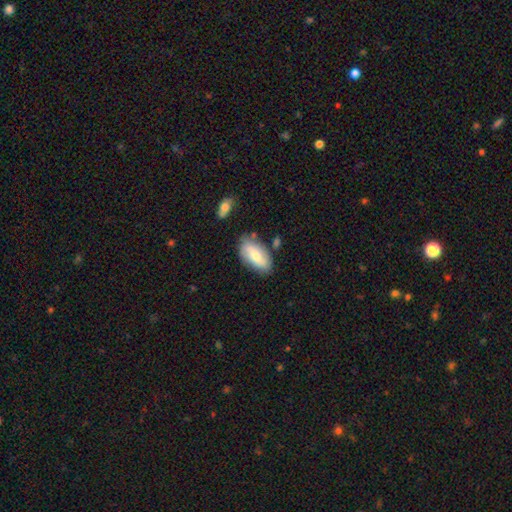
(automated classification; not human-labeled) The model was most divided on "smooth or featured": smooth: 60%, featured or disk: 33%, star or artifact: 6%. More confident: how rounded — in between (91%); merging — none (74%).